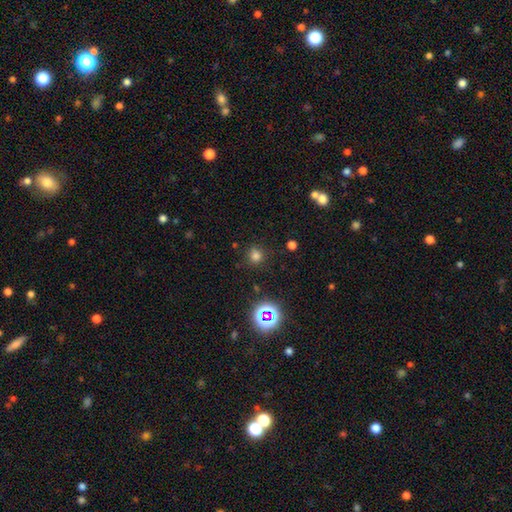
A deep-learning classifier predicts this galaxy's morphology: Smooth or featured? smooth (72%)
How rounded? round (88%)
Merging? none (82%)